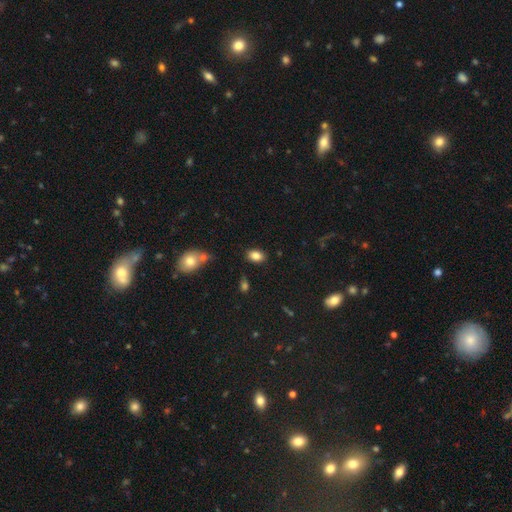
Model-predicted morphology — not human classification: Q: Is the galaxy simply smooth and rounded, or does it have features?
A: smooth — 84%.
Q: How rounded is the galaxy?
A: in between — 83%.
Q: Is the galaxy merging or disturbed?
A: none — 83%.